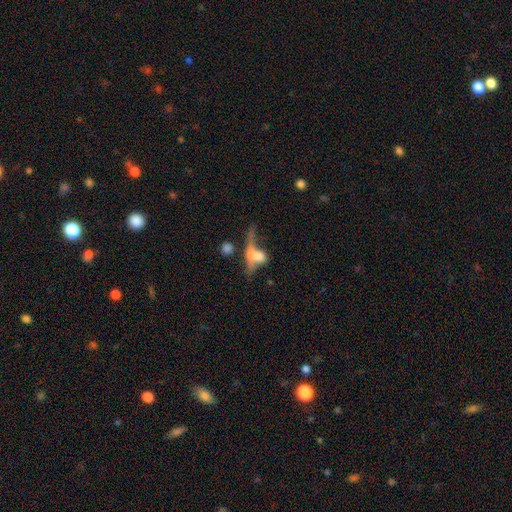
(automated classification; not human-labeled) smooth 46%, featured or disk 40%, star or artifact 14%. Down the decision tree: merging — major disturbance (36%, tied with merger).